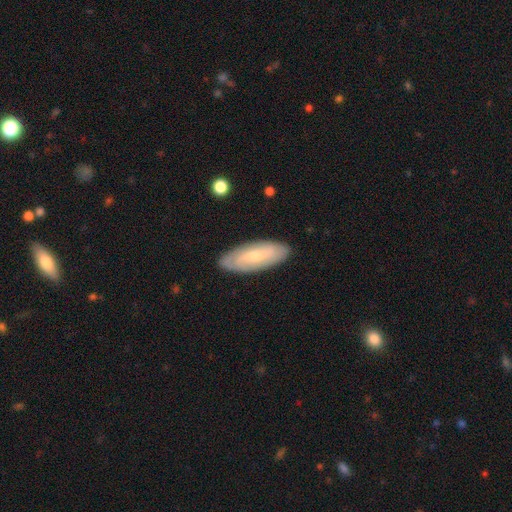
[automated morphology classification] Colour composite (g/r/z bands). It shows a featured or disk galaxy (48%). Merging: none (86%).